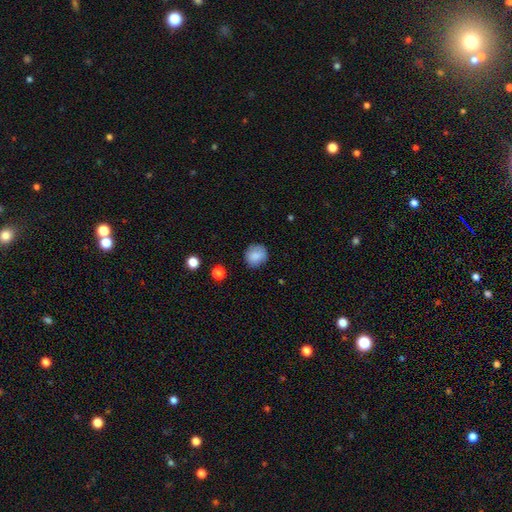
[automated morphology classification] Smooth or featured?
  - smooth: 84% *
  - star or artifact: 9%
  - featured or disk: 7%
How rounded?
  - round: 85% *
  - in between: 14%
  - cigar-shaped: 1%
Merging?
  - none: 83% *
  - minor disturbance: 13%
  - major disturbance: 3%
  - merger: 1%